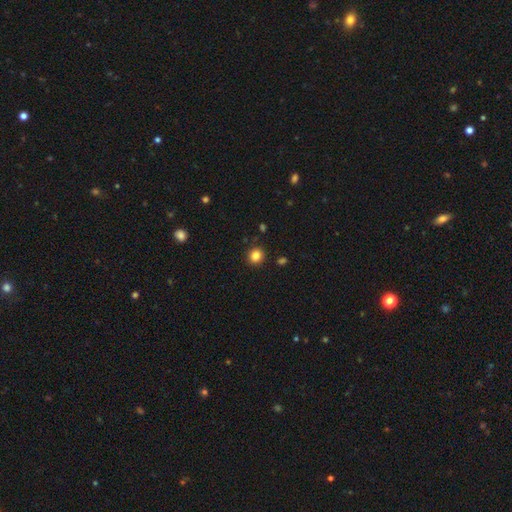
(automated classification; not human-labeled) smooth 84%, star or artifact 12%, featured or disk 5%. Down the decision tree: how rounded — round (89%); merging — none (90%).